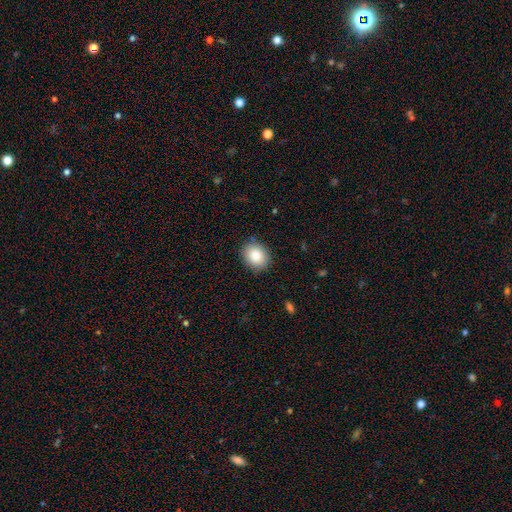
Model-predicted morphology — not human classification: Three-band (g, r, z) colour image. It shows a smooth galaxy with no disk features (86%) that is round (54%). Merging: none (88%).